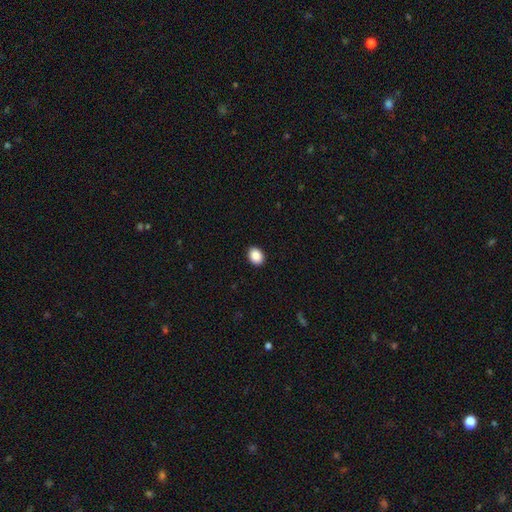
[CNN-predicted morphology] type=smooth (89%); roundness=in between (62%); merging=none (92%).